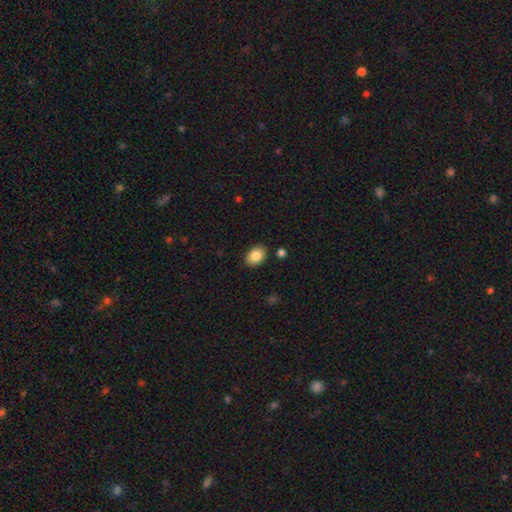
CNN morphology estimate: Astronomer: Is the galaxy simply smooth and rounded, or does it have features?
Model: smooth — 85%.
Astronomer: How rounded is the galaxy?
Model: in between — 79%.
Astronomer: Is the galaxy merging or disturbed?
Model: none — 86%.